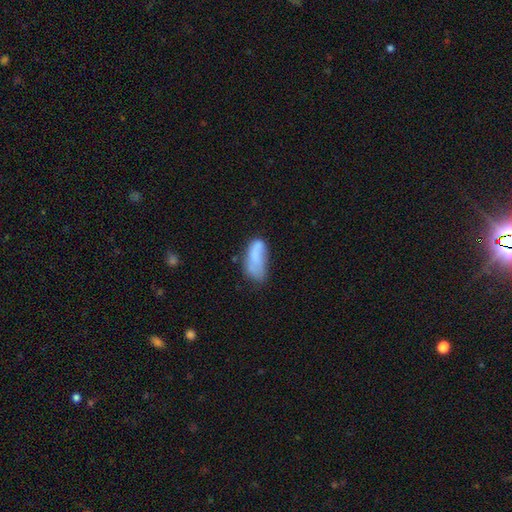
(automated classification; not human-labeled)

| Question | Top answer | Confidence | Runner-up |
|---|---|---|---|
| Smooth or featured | smooth | 69% | featured or disk (23%) |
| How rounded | in between | 85% | cigar-shaped (12%) |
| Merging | none | 32% | tied: minor disturbance (32%) |